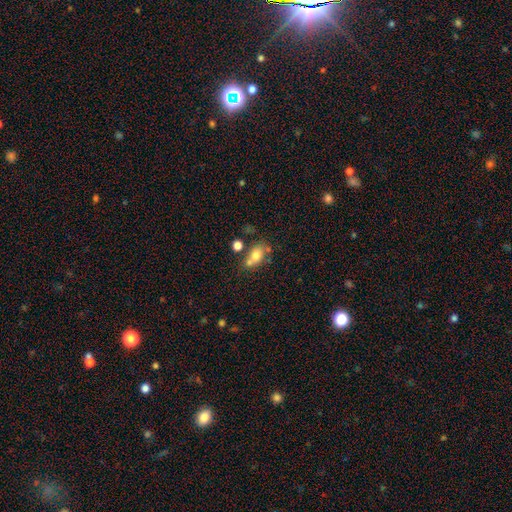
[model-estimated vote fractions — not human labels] smooth-or-featured: smooth: 72% | featured or disk: 17% | star or artifact: 11%
  how-rounded: in between: 70% | round: 28% | cigar-shaped: 2%
  merging: none: 44% | merger: 34% | minor disturbance: 15% | major disturbance: 7%